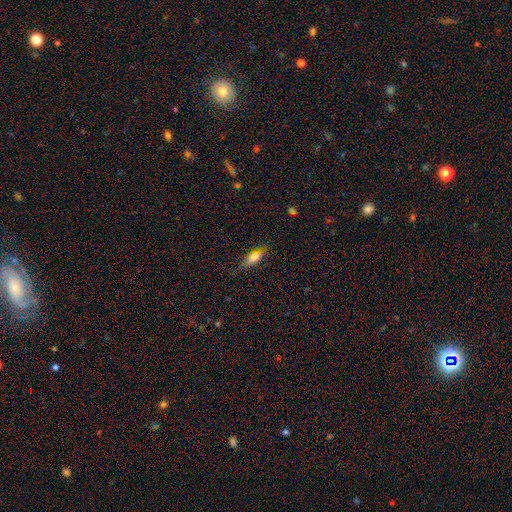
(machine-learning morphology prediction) Overall: smooth (69%). How rounded: in between (57%; cigar-shaped 41%). Merging: none (74%).